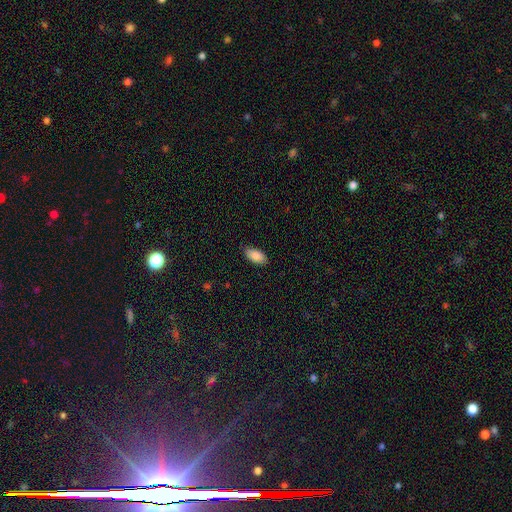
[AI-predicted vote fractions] Smooth or featured? Predicted: smooth (p=0.89). How rounded? Predicted: in between (p=0.93). Merging? Predicted: none (p=0.84).